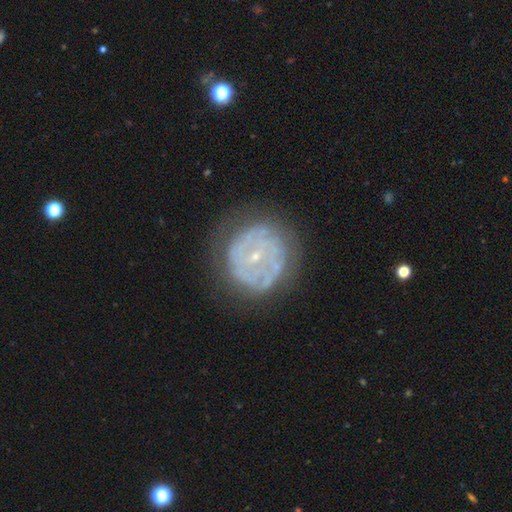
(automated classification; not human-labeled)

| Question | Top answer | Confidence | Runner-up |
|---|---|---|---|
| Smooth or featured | featured or disk | 74% | smooth (18%) |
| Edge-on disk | no | 97% | yes (3%) |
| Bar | no | 68% | weak (24%) |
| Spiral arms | yes | 71% | no (29%) |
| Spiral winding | tight | 69% | medium (22%) |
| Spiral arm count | can't tell | 50% | 2 (20%) |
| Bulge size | small | 82% | moderate (14%) |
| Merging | none | 65% | minor disturbance (21%) |